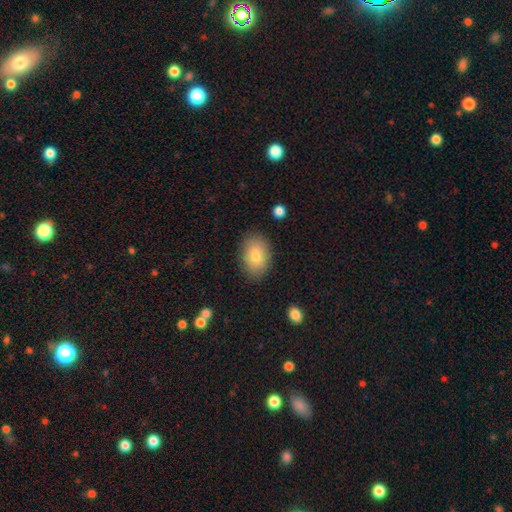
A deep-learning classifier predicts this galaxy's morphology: Smooth or featured? Predicted: smooth (p=0.81). How rounded? Predicted: in between (p=0.83). Merging? Predicted: none (p=0.86).